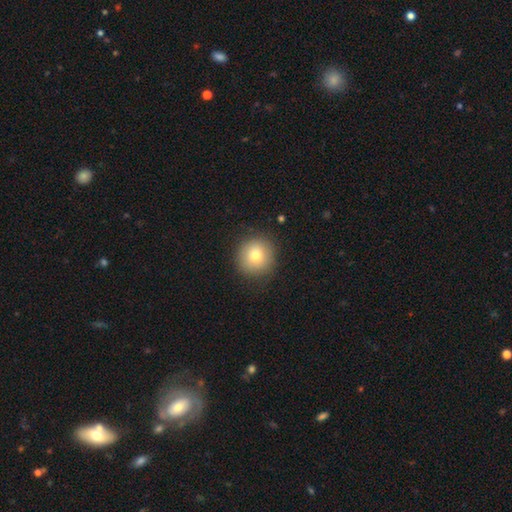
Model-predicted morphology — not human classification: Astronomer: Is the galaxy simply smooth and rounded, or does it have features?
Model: smooth — 76%.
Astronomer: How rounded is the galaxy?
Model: round — 93%.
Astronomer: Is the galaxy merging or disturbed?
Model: none — 89%.